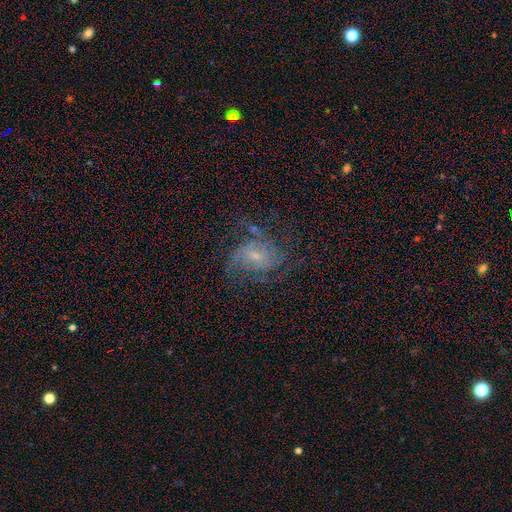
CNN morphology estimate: type=featured or disk (71%); edge-on=no (97%); bar=no (57%); spiral arms=yes (87%); winding=medium (44%); arm count=can't tell (37%); bulge=small (65%); merging=none (53%).